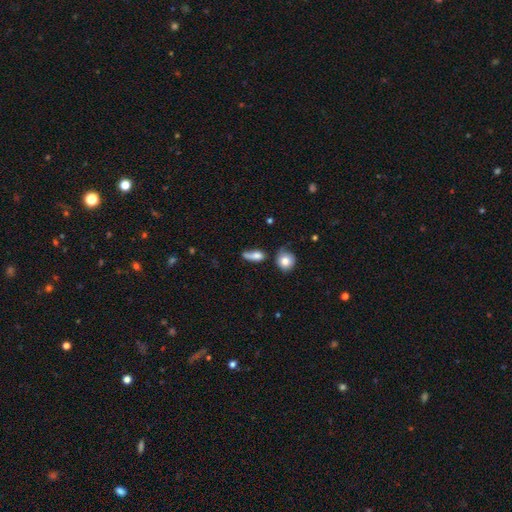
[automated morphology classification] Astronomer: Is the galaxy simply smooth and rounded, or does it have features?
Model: smooth — 72%.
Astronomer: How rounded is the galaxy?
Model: in between — 61%.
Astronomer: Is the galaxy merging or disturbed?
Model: none — 33% (runner-up: minor disturbance, 26%).